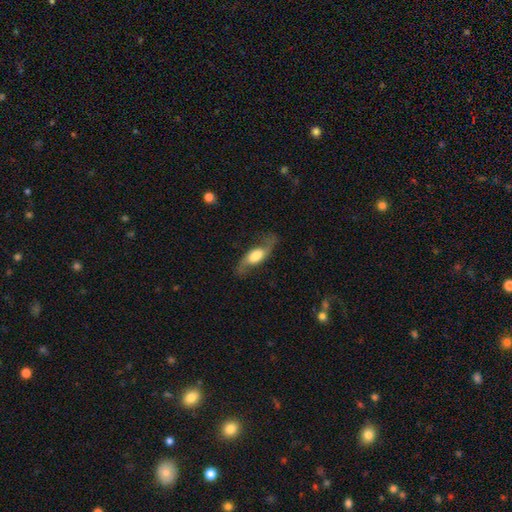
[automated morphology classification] Overall: featured or disk (68%). Edge-on disk: no (78%). Bar: no (54%; weak 33%). Spiral arms: yes (90%). Bulge size: large (46%; moderate 34%). Merging: none (72%).